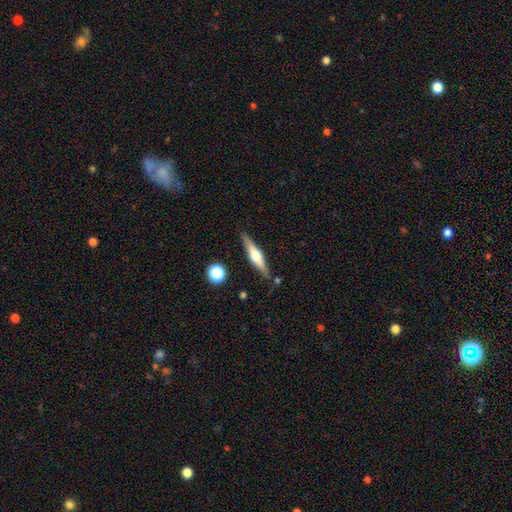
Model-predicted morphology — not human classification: Smooth or featured? Predicted: featured or disk (p=0.63). Edge-on disk? Predicted: yes (p=0.96). Edge-on bulge? Predicted: rounded (p=0.88). Merging? Predicted: none (p=0.85).